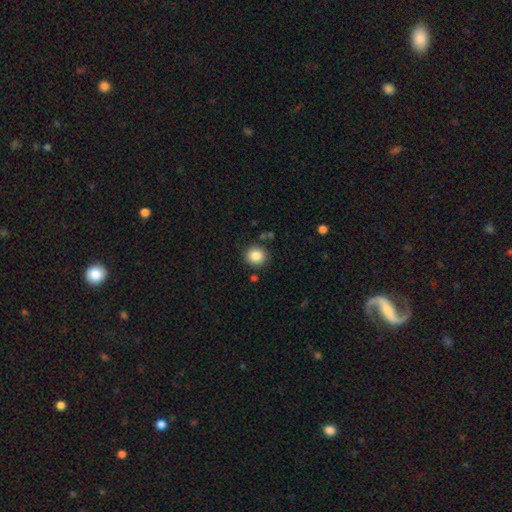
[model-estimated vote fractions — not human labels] smooth_or_featured: smooth (p=0.85) [alt: star or artifact p=0.10]
how_rounded: round (p=0.89) [alt: in between p=0.10]
merging: none (p=0.87) [alt: minor disturbance p=0.08]